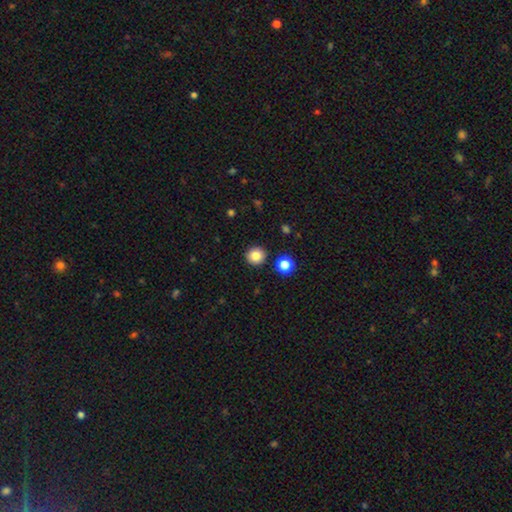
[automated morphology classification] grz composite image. It shows a smooth galaxy with no disk features (84%) that is round (93%). Merging: none (90%).